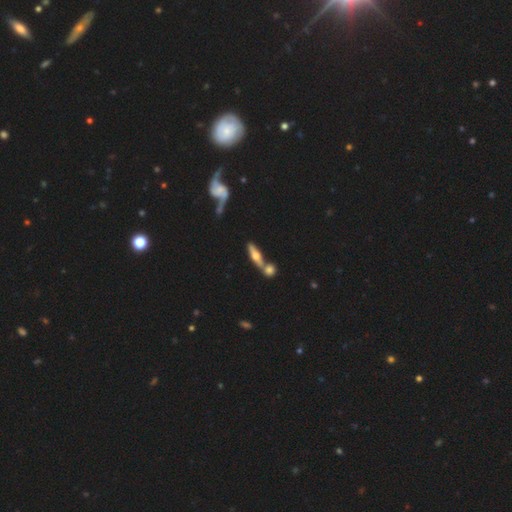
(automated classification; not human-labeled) featured or disk 57%, smooth 35%, star or artifact 8%. Down the decision tree: edge-on disk — yes (83%); merging — none (49%).